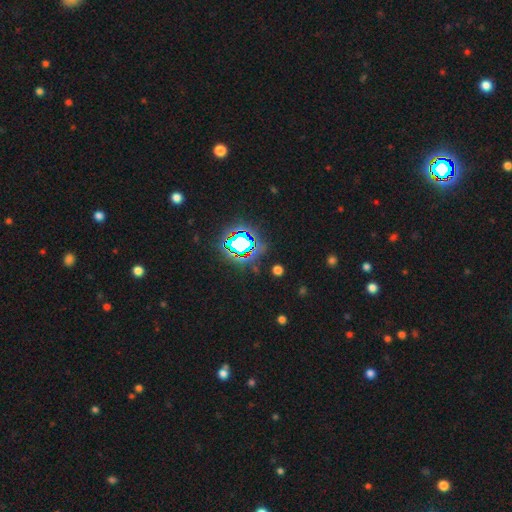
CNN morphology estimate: Smooth or featured: star or artifact — 82% (smooth — 11%)